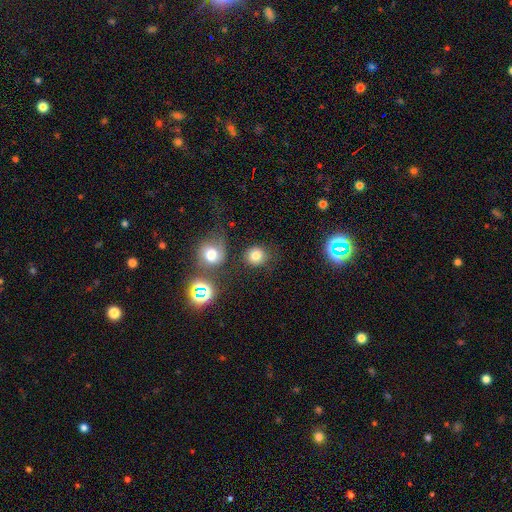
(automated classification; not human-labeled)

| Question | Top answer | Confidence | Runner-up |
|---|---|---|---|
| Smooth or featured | smooth | 77% | star or artifact (14%) |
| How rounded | round | 85% | in between (14%) |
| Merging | none | 72% | minor disturbance (13%) |